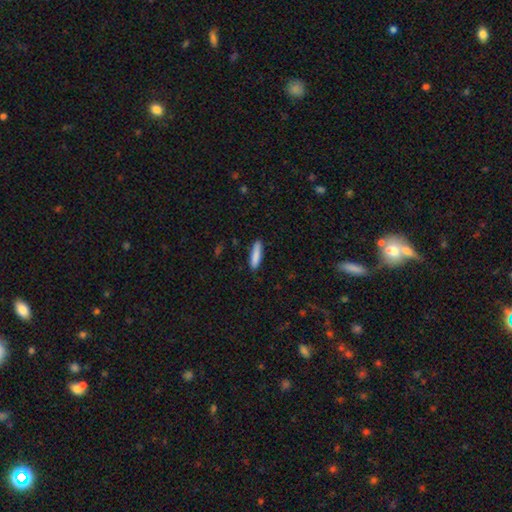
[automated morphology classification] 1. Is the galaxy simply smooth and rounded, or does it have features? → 87% smooth, 7% featured or disk, 6% star or artifact.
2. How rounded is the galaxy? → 75% cigar-shaped, 23% in between, 1% round.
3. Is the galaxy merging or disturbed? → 88% none, 9% minor disturbance, 2% major disturbance, 1% merger.